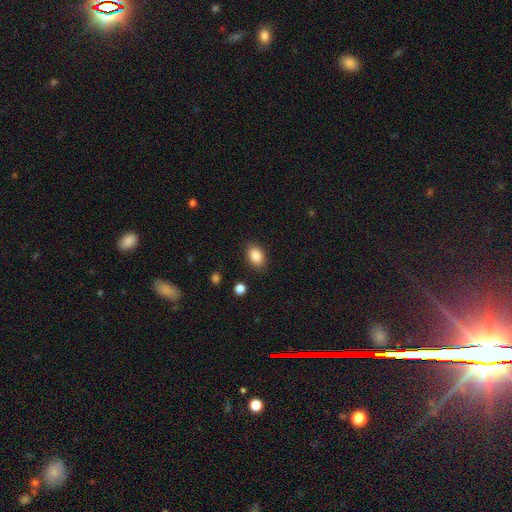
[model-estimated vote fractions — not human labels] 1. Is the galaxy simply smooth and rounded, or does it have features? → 87% smooth, 8% star or artifact, 5% featured or disk.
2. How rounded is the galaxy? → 82% in between, 17% round, 1% cigar-shaped.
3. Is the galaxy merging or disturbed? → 85% none, 11% minor disturbance, 3% major disturbance, 1% merger.